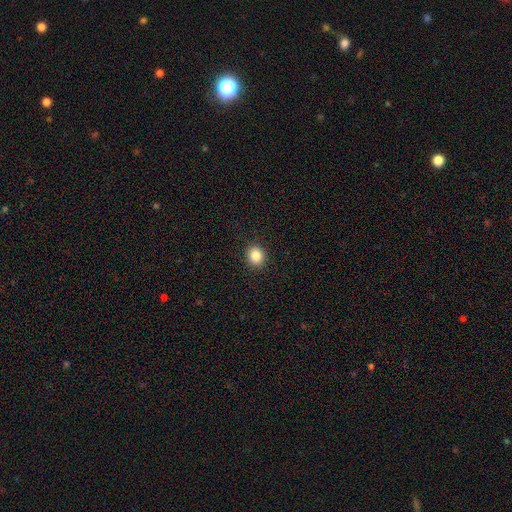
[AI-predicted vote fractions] Smooth or featured? Predicted: smooth (p=0.85). How rounded? Predicted: round (p=0.77). Merging? Predicted: none (p=0.92).